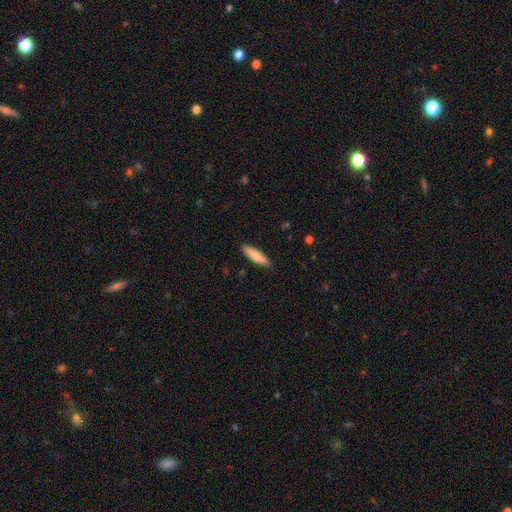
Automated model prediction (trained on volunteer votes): A smooth galaxy with no disk features (77%) that is cigar-shaped (70%).

Vote fractions:
- Smooth or featured? smooth: 77% / featured or disk: 17% / star or artifact: 6%
- How rounded? cigar-shaped: 70% / in between: 29% / round: 1%
- Merging? none: 89% / minor disturbance: 9% / major disturbance: 2% / merger: 1%